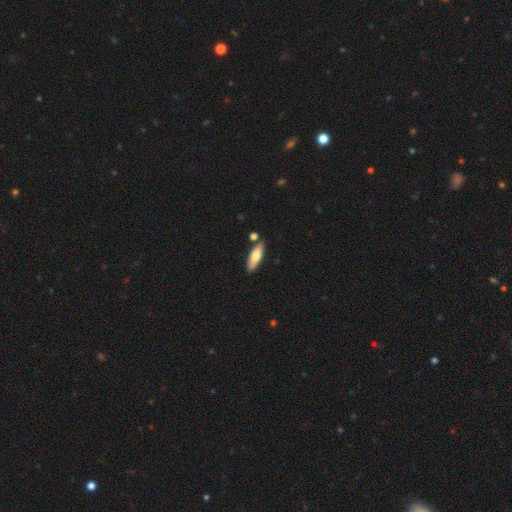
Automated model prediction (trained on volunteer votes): This is likely a smooth galaxy (62%). How rounded: possibly cigar-shaped (53%). Merging: clearly none (81%).